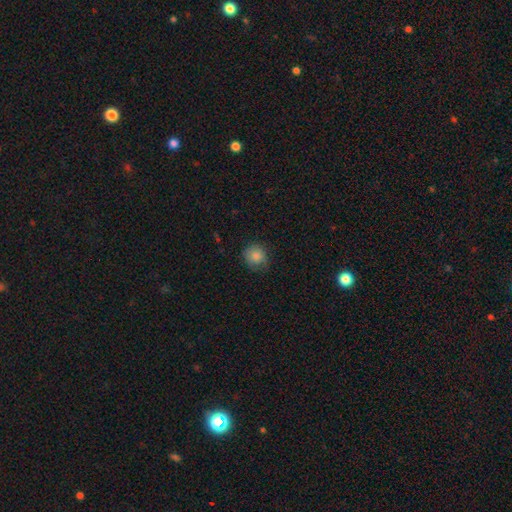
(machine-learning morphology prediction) Smooth or featured? Predicted: smooth (p=0.85). How rounded? Predicted: round (p=0.86). Merging? Predicted: none (p=0.72).